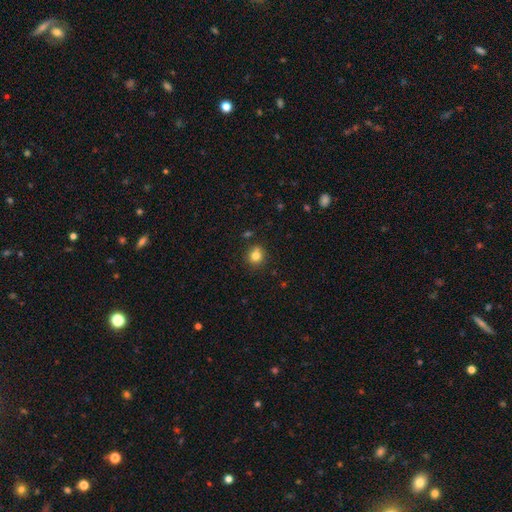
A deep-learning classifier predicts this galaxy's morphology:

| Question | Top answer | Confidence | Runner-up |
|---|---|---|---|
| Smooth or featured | smooth | 80% | star or artifact (12%) |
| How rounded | round | 87% | in between (12%) |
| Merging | none | 78% | minor disturbance (11%) |